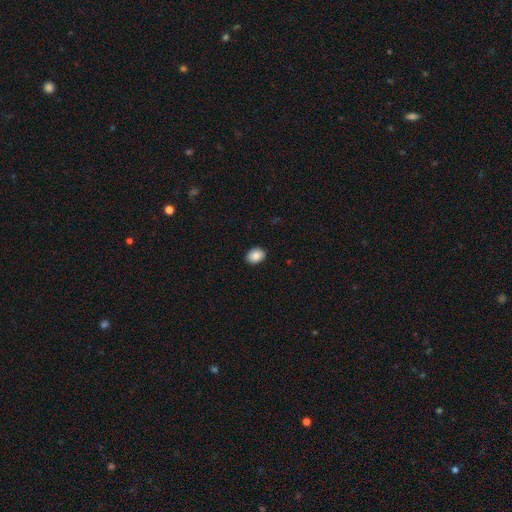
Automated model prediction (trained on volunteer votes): Smooth or featured? Predicted: smooth (p=0.89). How rounded? Predicted: in between (p=0.73). Merging? Predicted: none (p=0.89).